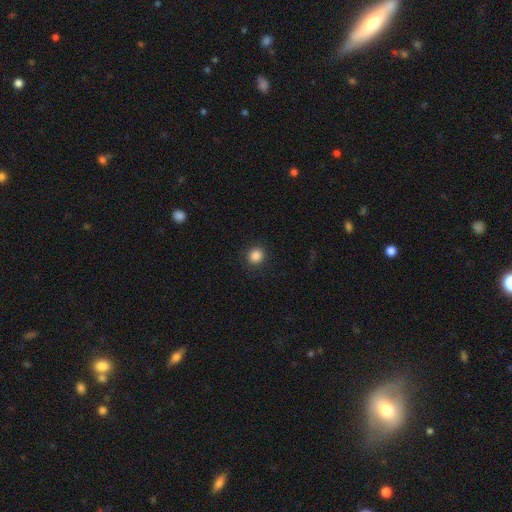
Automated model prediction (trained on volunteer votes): Overall: smooth (86%). How rounded: round (87%). Merging: none (91%).